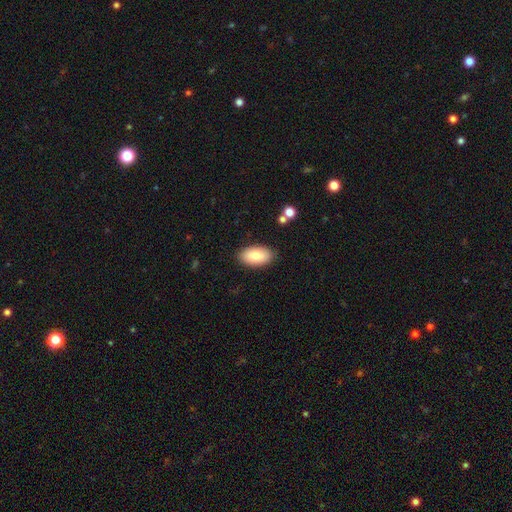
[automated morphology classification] Smooth or featured: smooth — 82% (featured or disk — 12%)
How rounded: in between — 94% (round — 3%)
Merging: none — 88% (minor disturbance — 9%)